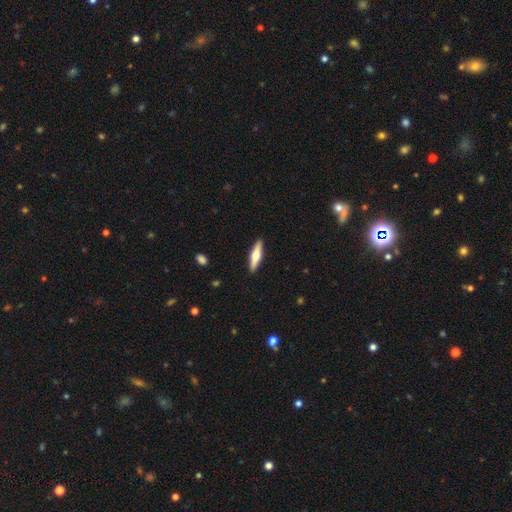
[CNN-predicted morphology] smooth-or-featured: featured or disk: 50% | smooth: 45% | star or artifact: 5%
  merging: none: 91% | minor disturbance: 6% | major disturbance: 1% | merger: 1%